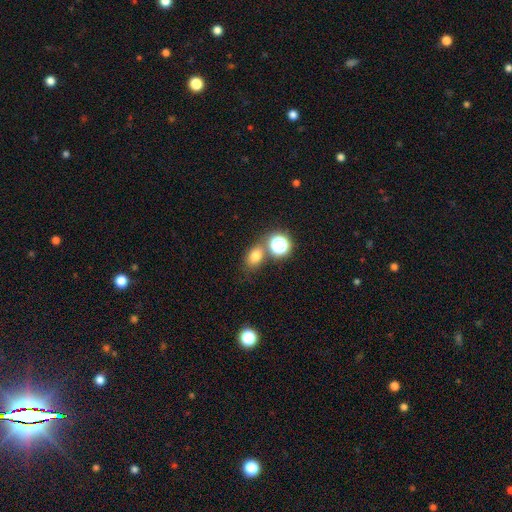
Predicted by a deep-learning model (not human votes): smooth_or_featured: smooth (p=0.73) [alt: star or artifact p=0.19]
how_rounded: in between (p=0.62) [alt: round p=0.37]
merging: none (p=0.65) [alt: merger p=0.18]